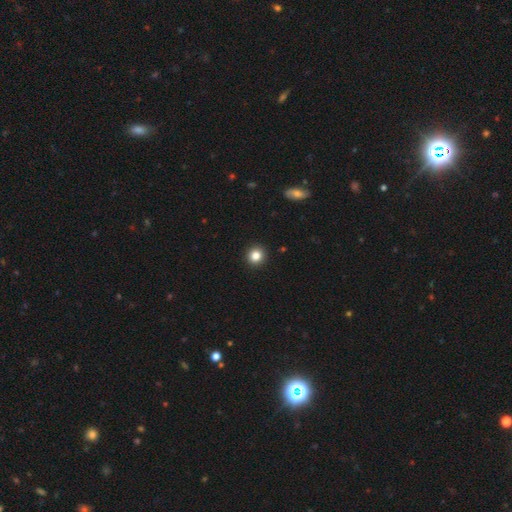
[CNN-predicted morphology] Smooth or featured? Predicted: smooth (p=0.84). How rounded? Predicted: round (p=0.92). Merging? Predicted: none (p=0.93).